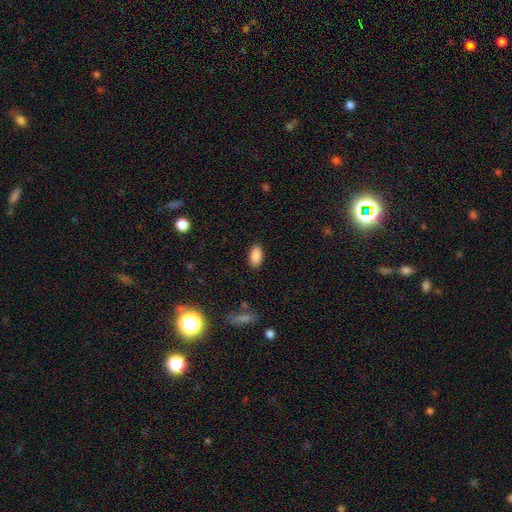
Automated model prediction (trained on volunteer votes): smooth-or-featured: smooth: 89% | star or artifact: 8% | featured or disk: 3%
  how-rounded: in between: 93% | round: 3% | cigar-shaped: 3%
  merging: none: 88% | minor disturbance: 9% | major disturbance: 2% | merger: 1%